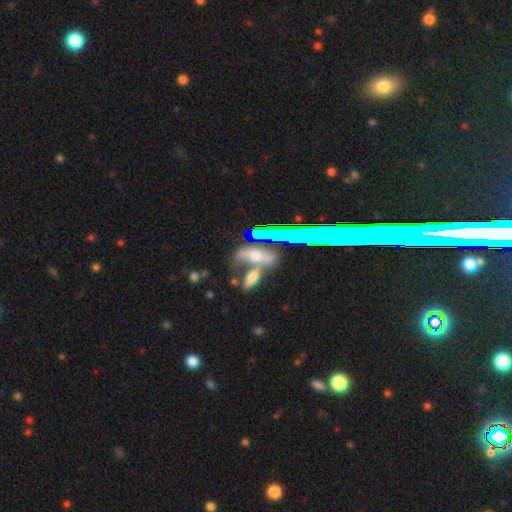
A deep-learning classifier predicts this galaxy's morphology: This appears to be a smooth galaxy with no disk features (50%). Merging: none (42%).